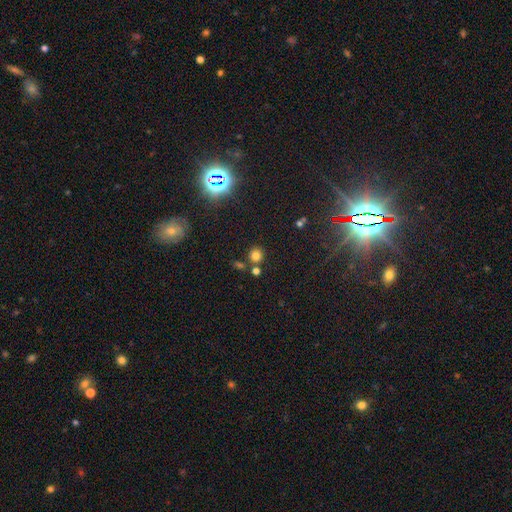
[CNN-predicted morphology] This appears to be a smooth galaxy with no disk features (75%) that is round (88%). Merging: none (75%).